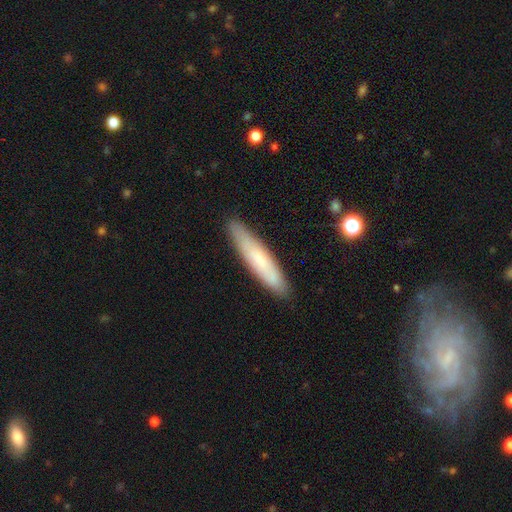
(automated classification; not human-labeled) Overall: smooth (63%; featured or disk 30%). How rounded: cigar-shaped (87%). Merging: none (88%).